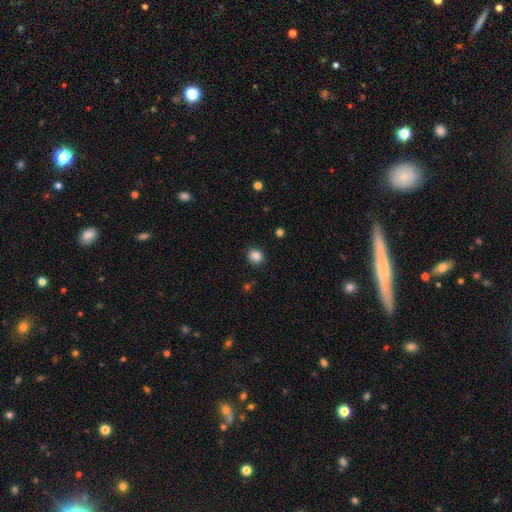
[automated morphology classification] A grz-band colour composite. It shows a smooth galaxy with no disk features (86%) that is round (73%). Merging: none (89%).